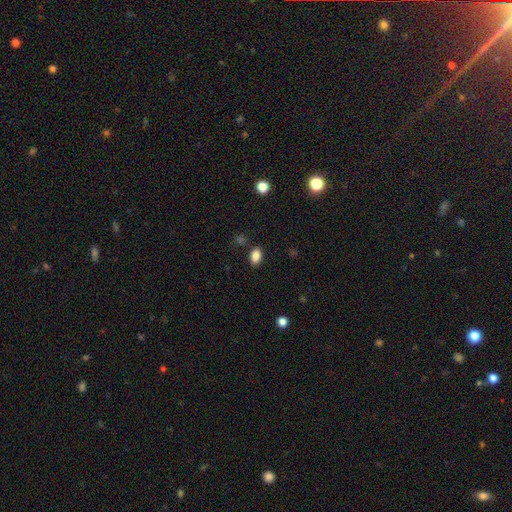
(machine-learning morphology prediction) The model was most divided on "merging": none: 84%, minor disturbance: 10%, merger: 3%, major disturbance: 3%. More confident: how rounded — in between (87%); smooth or featured — smooth (86%).